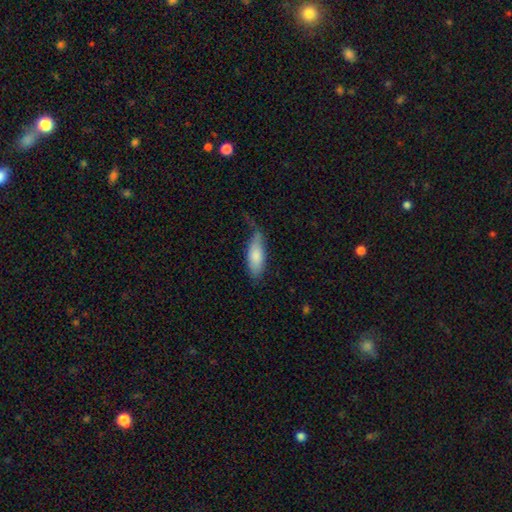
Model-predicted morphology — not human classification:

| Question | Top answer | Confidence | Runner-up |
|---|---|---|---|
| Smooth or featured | smooth | 81% | featured or disk (13%) |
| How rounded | in between | 78% | cigar-shaped (20%) |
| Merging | none | 44% | minor disturbance (38%) |